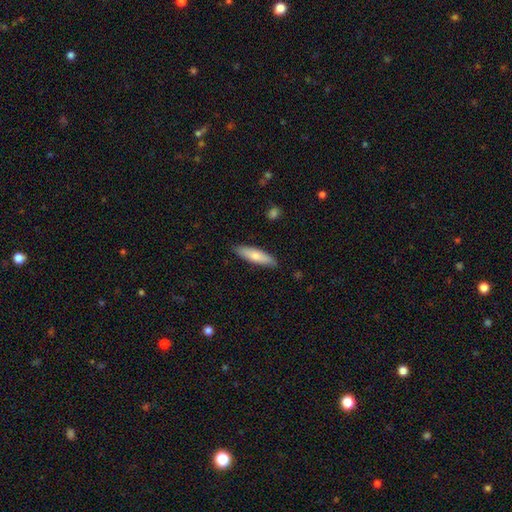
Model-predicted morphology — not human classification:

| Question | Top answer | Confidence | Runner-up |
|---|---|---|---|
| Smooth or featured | smooth | 71% | featured or disk (24%) |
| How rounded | cigar-shaped | 69% | in between (29%) |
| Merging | none | 88% | minor disturbance (9%) |